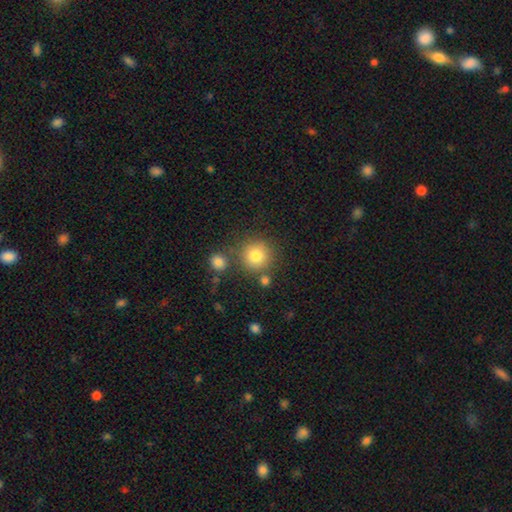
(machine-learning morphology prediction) The model was most divided on "merging": none: 76%, merger: 11%, minor disturbance: 10%, major disturbance: 4%. More confident: how rounded — round (93%); smooth or featured — smooth (80%).